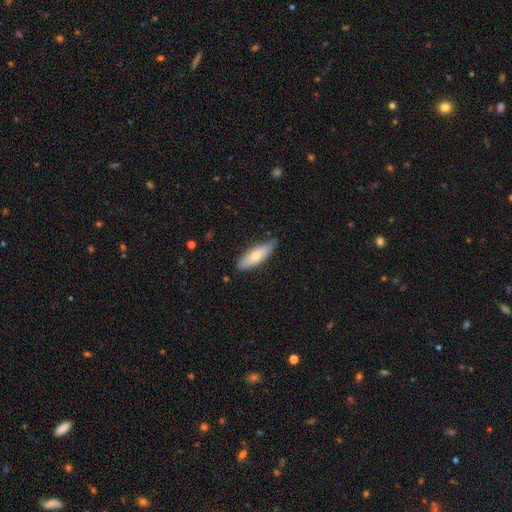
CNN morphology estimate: A smooth galaxy with no disk features (67%) that is in between round and cigar-shaped (52%).

Vote fractions:
- Smooth or featured? smooth: 67% / featured or disk: 27% / star or artifact: 6%
- How rounded? in between: 52% / cigar-shaped: 46% / round: 2%
- Merging? none: 75% / minor disturbance: 21% / major disturbance: 3% / merger: 2%